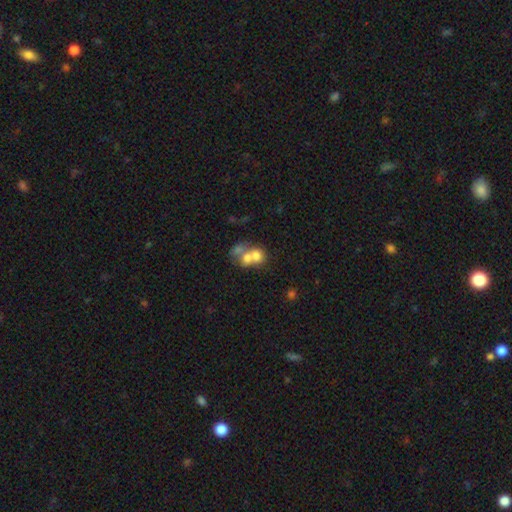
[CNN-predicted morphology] smooth 63%, featured or disk 25%, star or artifact 11%. Down the decision tree: how rounded — round (61%); merging — merger (68%).